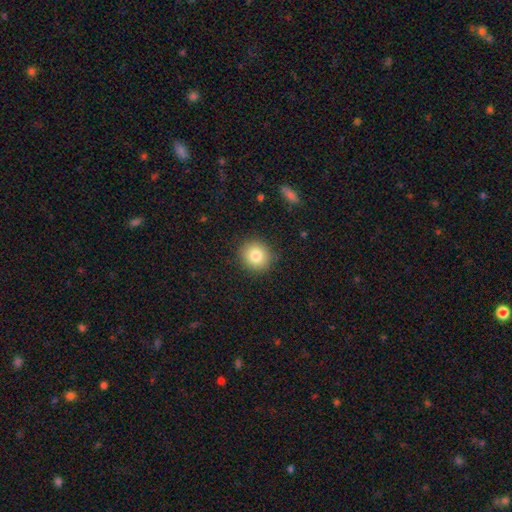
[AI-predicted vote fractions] smooth_or_featured: smooth (p=0.82) [alt: star or artifact p=0.10]
how_rounded: round (p=0.86) [alt: in between p=0.13]
merging: none (p=0.89) [alt: minor disturbance p=0.08]